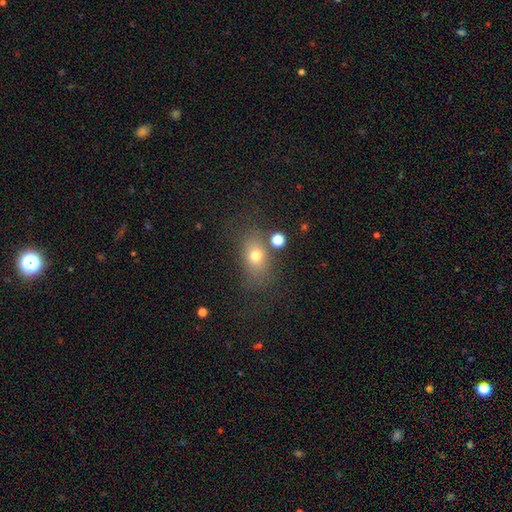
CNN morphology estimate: smooth_or_featured: smooth (p=0.70) [alt: star or artifact p=0.15]
how_rounded: in between (p=0.65) [alt: round p=0.32]
merging: none (p=0.67) [alt: minor disturbance p=0.16]